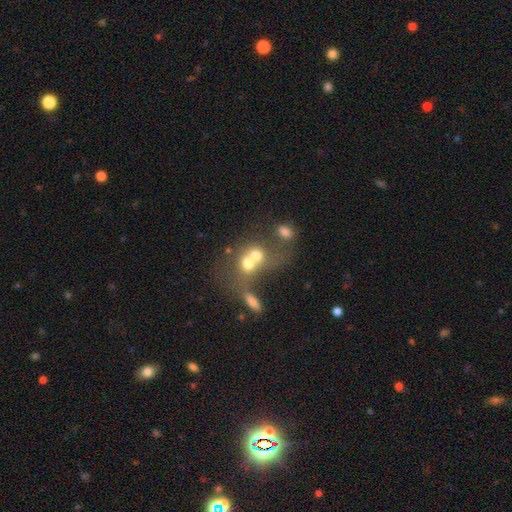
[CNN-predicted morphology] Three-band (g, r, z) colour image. It shows a smooth galaxy with no disk features (63%) that is round (63%). Merging: merger (68%).